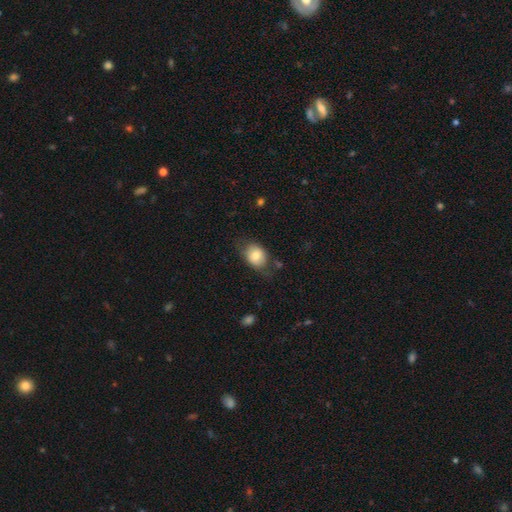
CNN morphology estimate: A smooth galaxy with no disk features (77%) that is in between round and cigar-shaped (58%).

Vote fractions:
- Smooth or featured? smooth: 77% / featured or disk: 15% / star or artifact: 8%
- How rounded? in between: 58% / round: 41% / cigar-shaped: 1%
- Merging? none: 67% / minor disturbance: 23% / major disturbance: 8% / merger: 2%